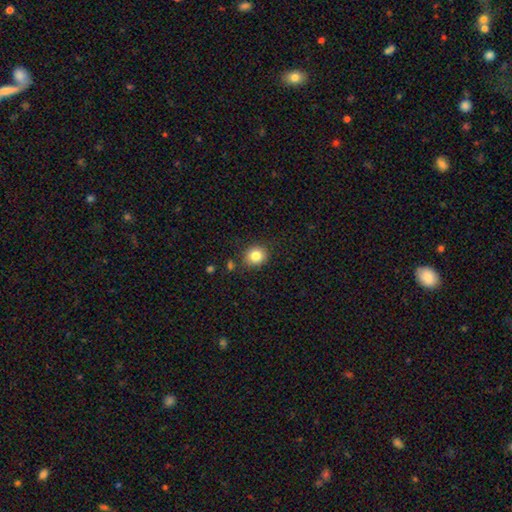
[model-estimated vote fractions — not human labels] Smooth or featured? smooth (83%)
How rounded? round (79%)
Merging? none (85%)